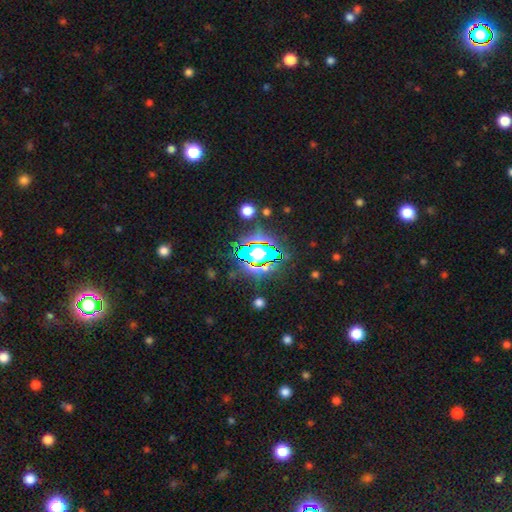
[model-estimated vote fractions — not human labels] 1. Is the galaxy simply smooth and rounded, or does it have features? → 79% star or artifact, 12% smooth, 9% featured or disk.